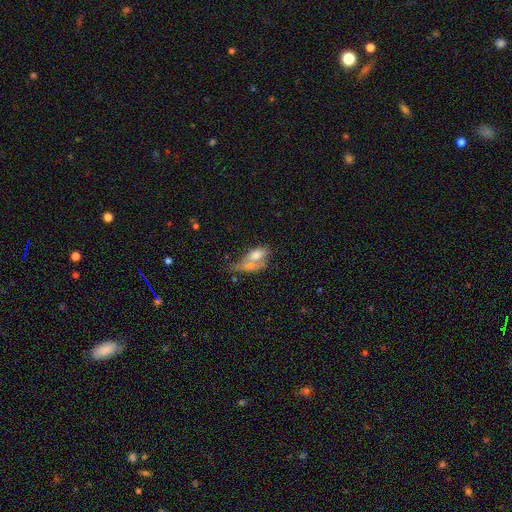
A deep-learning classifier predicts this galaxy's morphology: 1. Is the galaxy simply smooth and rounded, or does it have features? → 62% smooth, 27% featured or disk, 11% star or artifact.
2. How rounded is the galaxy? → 77% in between, 15% cigar-shaped, 8% round.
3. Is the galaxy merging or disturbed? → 38% merger, 24% none, 21% major disturbance, 16% minor disturbance.